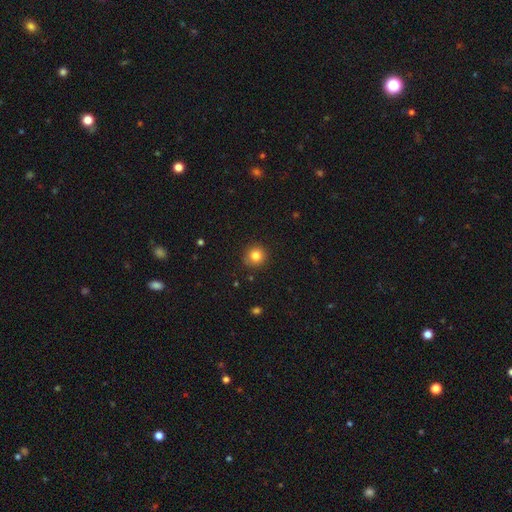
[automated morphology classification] Q: Smooth or featured?
A: smooth (83%); runner-up: star or artifact (11%)
Q: How rounded?
A: round (92%); runner-up: in between (7%)
Q: Merging?
A: none (89%); runner-up: minor disturbance (8%)